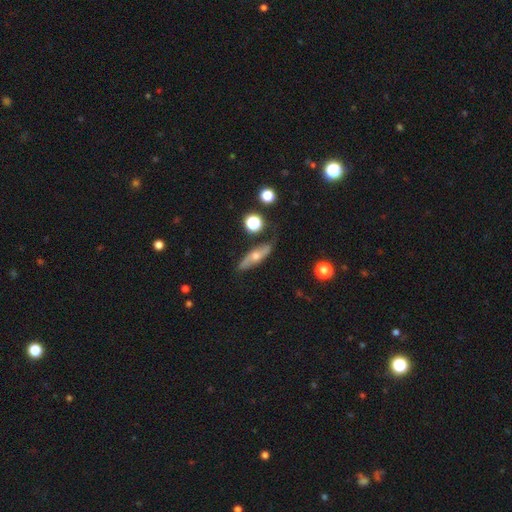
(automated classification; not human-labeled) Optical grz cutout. It shows a featured or disk galaxy (54%) viewed edge-on (56%). Merging: none (74%).